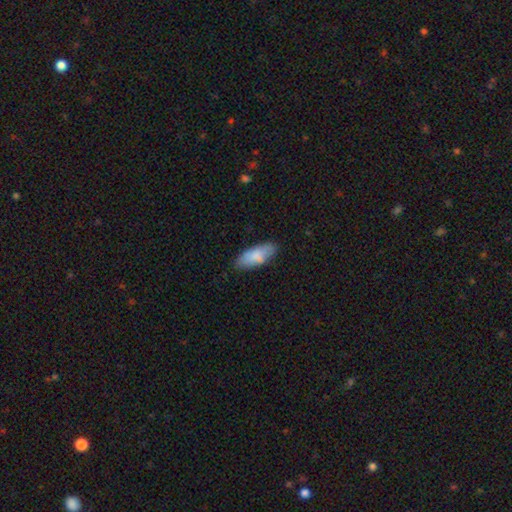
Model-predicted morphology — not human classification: type=smooth (82%); roundness=in between (77%); merging=none (77%).